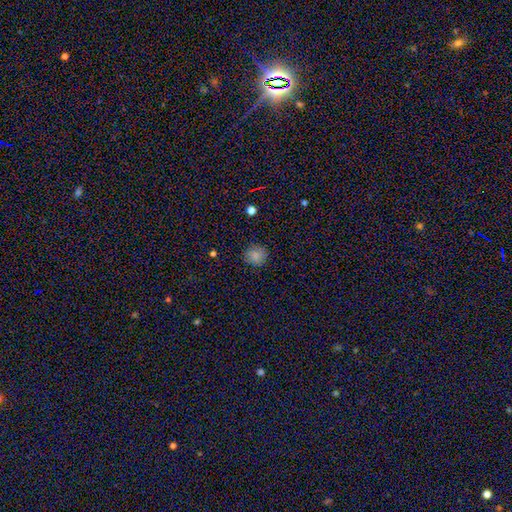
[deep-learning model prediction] A smooth galaxy with no disk features (81%) that is round (90%).

Vote fractions:
- Smooth or featured? smooth: 81% / star or artifact: 14% / featured or disk: 5%
- How rounded? round: 90% / in between: 9% / cigar-shaped: 1%
- Merging? none: 87% / minor disturbance: 9% / major disturbance: 2% / merger: 1%